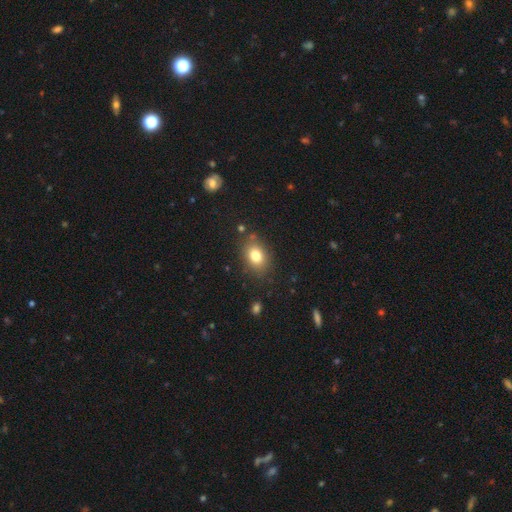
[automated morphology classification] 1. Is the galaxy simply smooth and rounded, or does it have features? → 79% smooth, 11% star or artifact, 10% featured or disk.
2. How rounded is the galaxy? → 66% in between, 33% round, 1% cigar-shaped.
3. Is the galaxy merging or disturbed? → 80% none, 13% minor disturbance, 4% major disturbance, 3% merger.